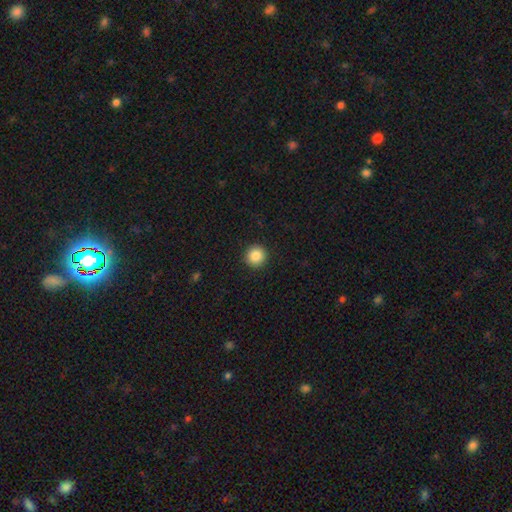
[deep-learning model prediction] Smooth or featured: smooth — 86% (star or artifact — 9%)
How rounded: round — 95% (in between — 4%)
Merging: none — 93% (minor disturbance — 5%)